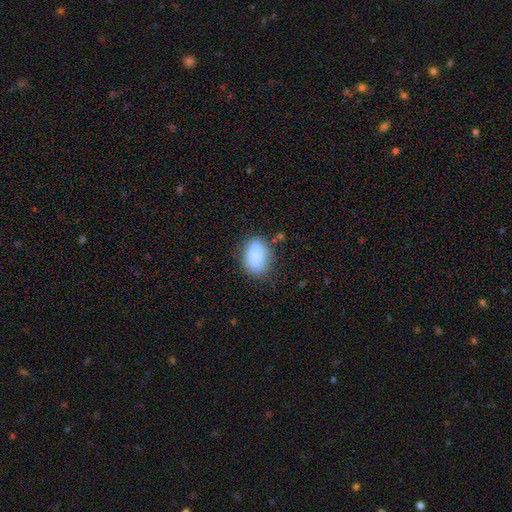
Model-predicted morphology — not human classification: Smooth or featured? smooth (87%)
How rounded? in between (84%)
Merging? none (75%)